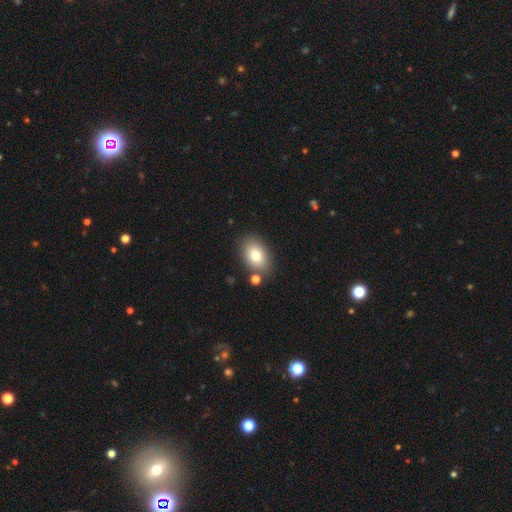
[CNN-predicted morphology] The model was most divided on "how rounded": in between: 82%, round: 17%, cigar-shaped: 1%. More confident: smooth or featured — smooth (78%); merging — none (78%).